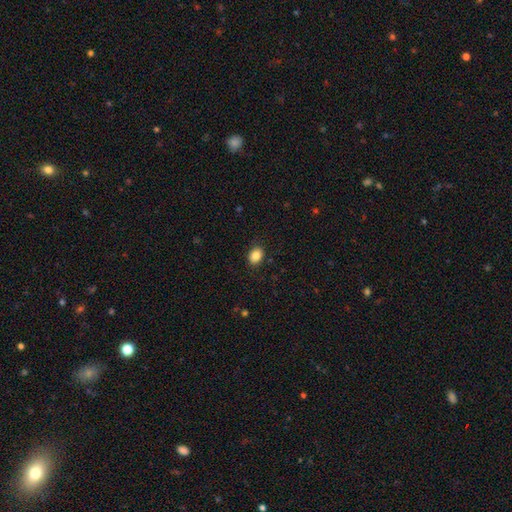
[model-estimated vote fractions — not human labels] The model was most divided on "how rounded": in between: 65%, round: 34%, cigar-shaped: 1%. More confident: merging — none (88%); smooth or featured — smooth (86%).